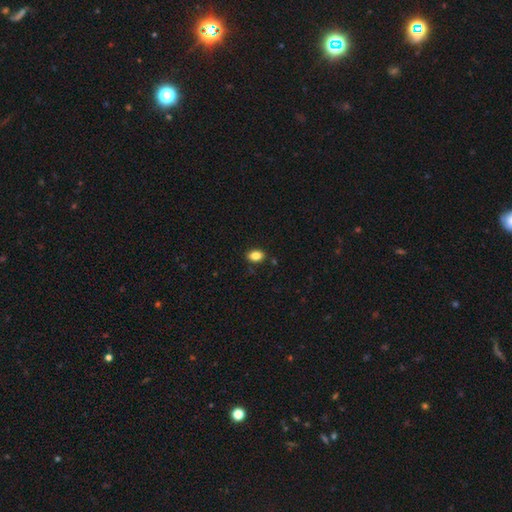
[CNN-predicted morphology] This is clearly a smooth galaxy (86%). How rounded: clearly in between (82%). Merging: clearly none (87%).